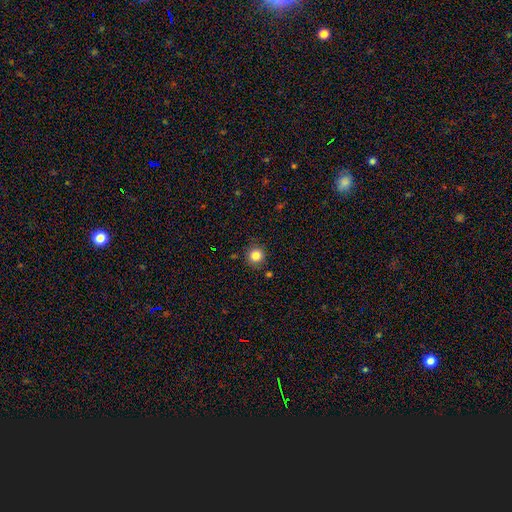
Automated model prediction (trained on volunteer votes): smooth-or-featured: smooth: 84% | star or artifact: 11% | featured or disk: 5%
  how-rounded: round: 93% | in between: 6% | cigar-shaped: 1%
  merging: none: 86% | minor disturbance: 9% | major disturbance: 2% | merger: 2%